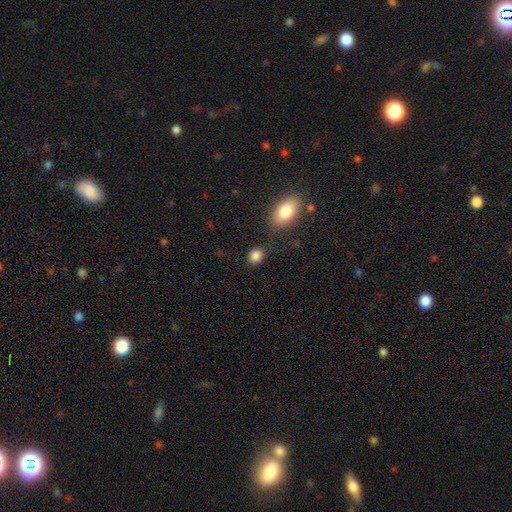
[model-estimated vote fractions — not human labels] Overall: smooth (86%). How rounded: round (54%; in between 45%). Merging: none (79%).